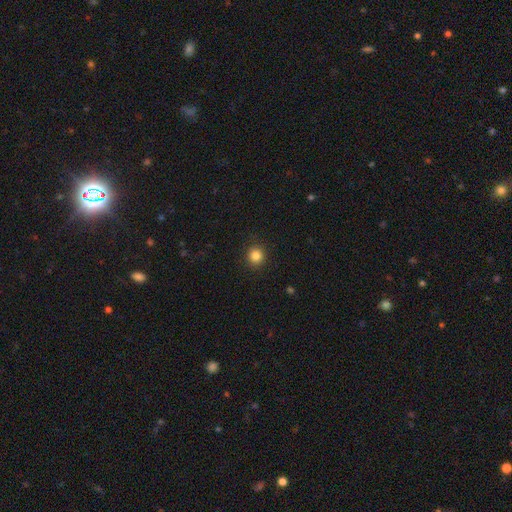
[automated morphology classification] A smooth galaxy with no disk features (84%) that is round (91%). Merging: none (91%).